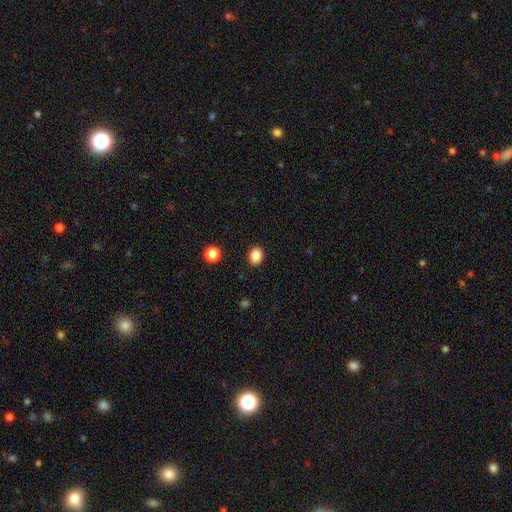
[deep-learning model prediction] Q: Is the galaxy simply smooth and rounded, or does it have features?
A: smooth — 87%.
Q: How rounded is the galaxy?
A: in between — 59%.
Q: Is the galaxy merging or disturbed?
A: none — 90%.